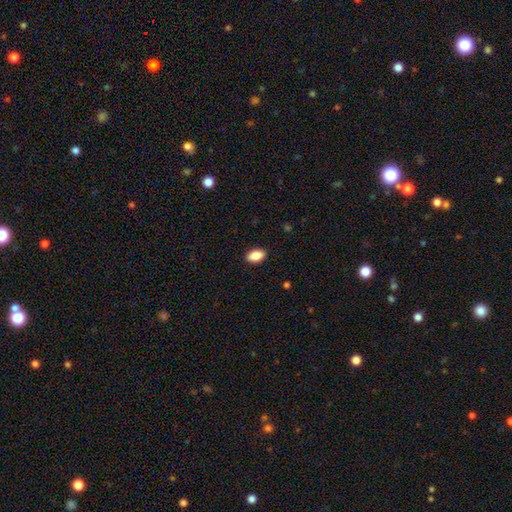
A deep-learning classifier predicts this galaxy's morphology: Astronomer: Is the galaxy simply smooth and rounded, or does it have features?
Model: smooth — 87%.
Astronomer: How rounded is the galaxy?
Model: in between — 92%.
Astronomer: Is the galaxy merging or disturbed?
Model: none — 90%.